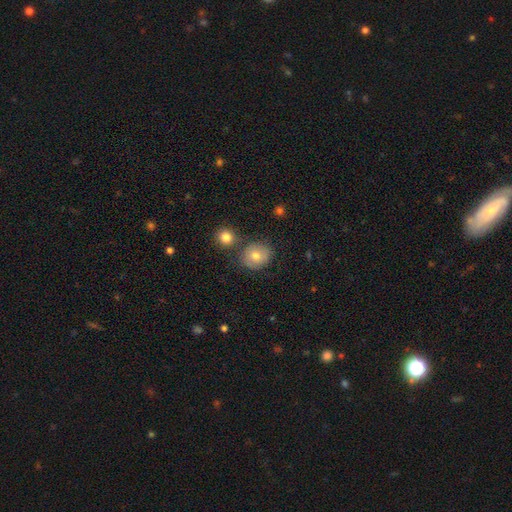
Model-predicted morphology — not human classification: smooth 70%, featured or disk 20%, star or artifact 10%. Down the decision tree: how rounded — round (78%); merging — none (72%).